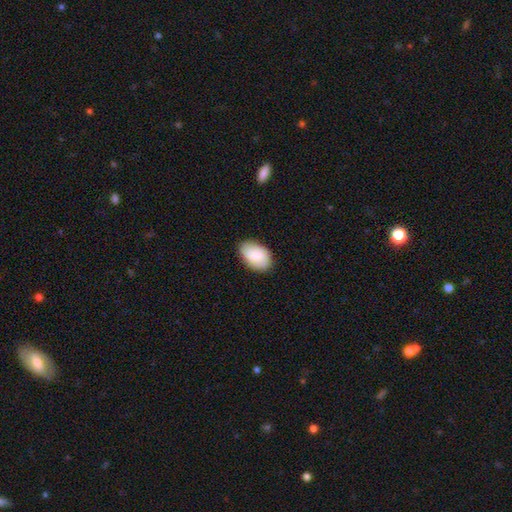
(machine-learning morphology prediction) smooth-or-featured: smooth: 81% | featured or disk: 13% | star or artifact: 6%
  how-rounded: in between: 90% | round: 9% | cigar-shaped: 1%
  merging: none: 85% | minor disturbance: 12% | major disturbance: 2% | merger: 1%